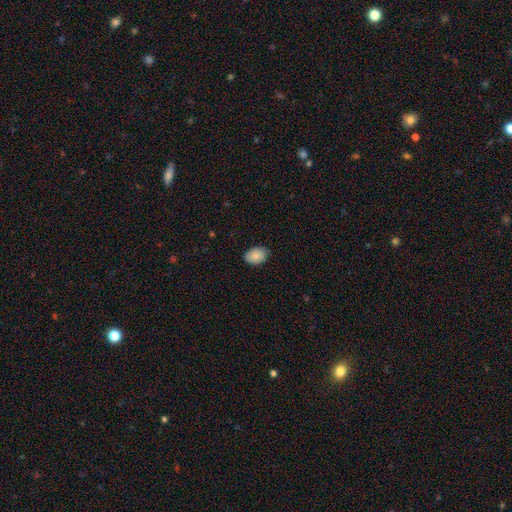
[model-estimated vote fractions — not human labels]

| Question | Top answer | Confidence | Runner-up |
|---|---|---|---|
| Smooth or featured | smooth | 88% | star or artifact (7%) |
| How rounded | in between | 79% | round (20%) |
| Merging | none | 82% | minor disturbance (15%) |